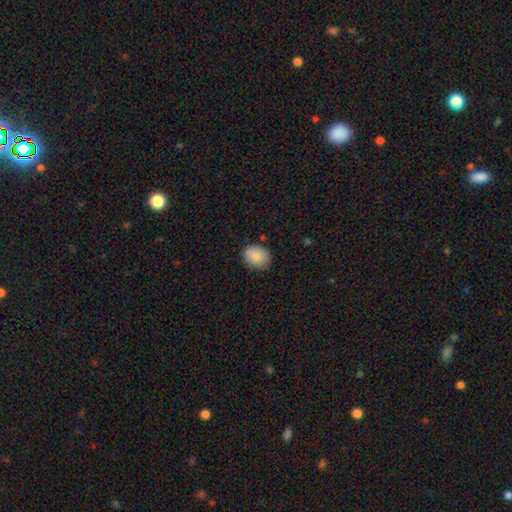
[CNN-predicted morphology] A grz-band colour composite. It shows a smooth galaxy with no disk features (87%) that is in between round and cigar-shaped (61%). Merging: none (80%).